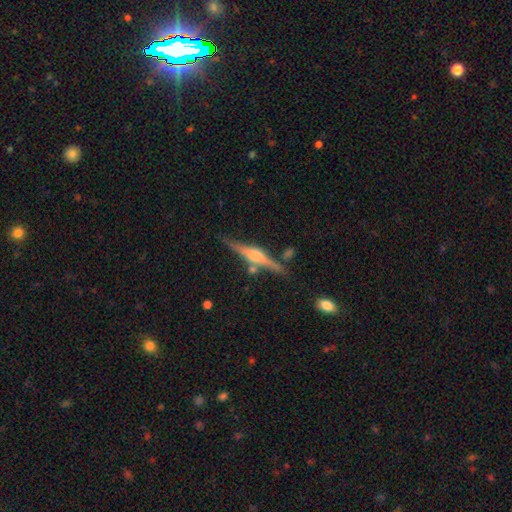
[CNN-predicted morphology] The model was most divided on "smooth or featured": featured or disk: 77%, smooth: 17%, star or artifact: 6%. More confident: edge-on disk — yes (97%); merging — none (79%); edge-on bulge — rounded (79%).